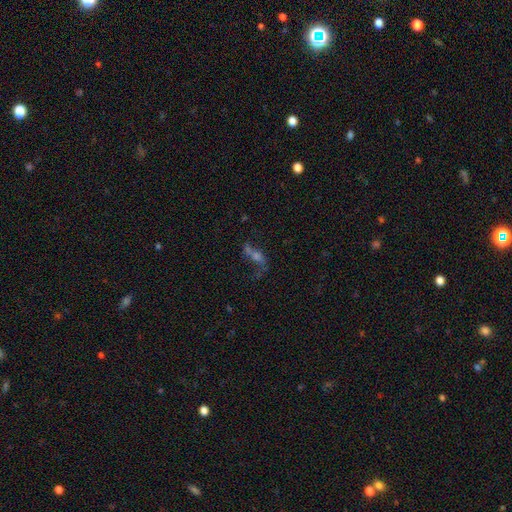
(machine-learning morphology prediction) Smooth or featured: featured or disk — 56% (smooth — 22%)
Edge-on disk: no — 81% (yes — 19%)
Merging: none — 44% (major disturbance — 24%)